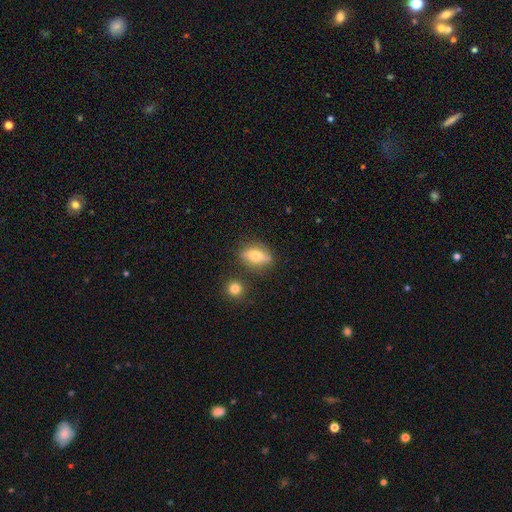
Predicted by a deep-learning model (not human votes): Morphology: type=smooth (60%); roundness=in between (73%); merging=none (78%).